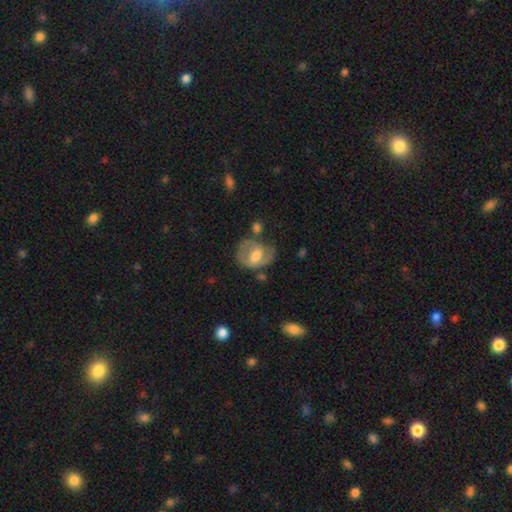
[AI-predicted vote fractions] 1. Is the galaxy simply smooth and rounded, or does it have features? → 55% featured or disk, 39% smooth, 7% star or artifact.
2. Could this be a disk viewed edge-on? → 96% no, 4% yes.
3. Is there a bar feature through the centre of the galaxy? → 45% weak, 34% no, 21% strong.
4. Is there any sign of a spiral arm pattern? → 58% yes, 42% no.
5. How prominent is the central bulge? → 57% moderate, 20% large, 17% small, 4% none, 2% dominant.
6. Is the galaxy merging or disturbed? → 50% none, 25% minor disturbance, 17% major disturbance, 8% merger.